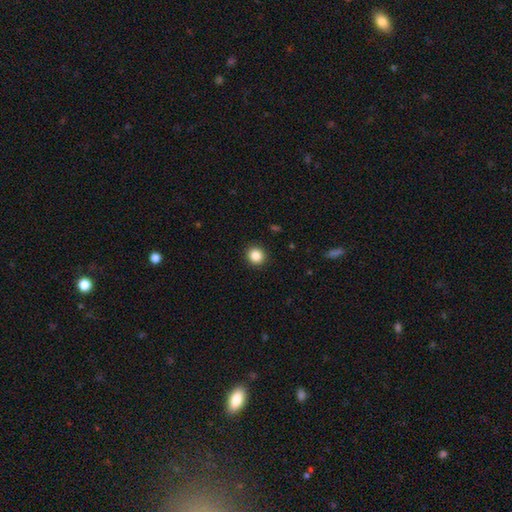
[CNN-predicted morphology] smooth-or-featured: smooth: 85% | star or artifact: 10% | featured or disk: 4%
  how-rounded: round: 89% | in between: 10% | cigar-shaped: 1%
  merging: none: 92% | minor disturbance: 5% | major disturbance: 2% | merger: 1%